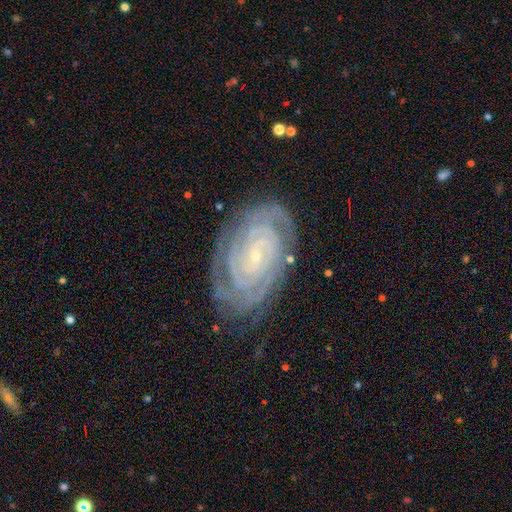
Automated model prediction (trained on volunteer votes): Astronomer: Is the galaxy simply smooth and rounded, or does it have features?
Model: featured or disk — 89%.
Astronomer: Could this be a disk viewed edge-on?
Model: no — 97%.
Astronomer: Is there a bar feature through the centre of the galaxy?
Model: no — 63%.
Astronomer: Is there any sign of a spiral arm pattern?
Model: yes — 98%.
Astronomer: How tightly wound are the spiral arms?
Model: tight — 87%.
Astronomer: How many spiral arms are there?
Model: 2 — 26% (runner-up: can't tell, 20%).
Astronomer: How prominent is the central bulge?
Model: small — 88%.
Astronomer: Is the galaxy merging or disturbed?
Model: none — 81%.